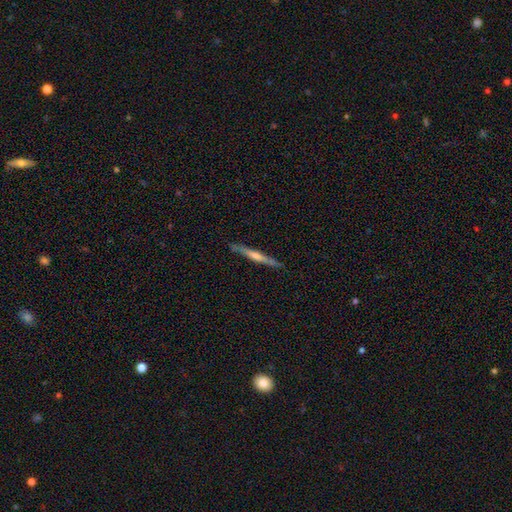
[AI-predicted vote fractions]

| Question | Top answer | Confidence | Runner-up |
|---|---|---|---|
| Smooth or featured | featured or disk | 73% | smooth (21%) |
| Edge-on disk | yes | 98% | no (2%) |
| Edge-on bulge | rounded | 73% | none (18%) |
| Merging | none | 91% | minor disturbance (7%) |